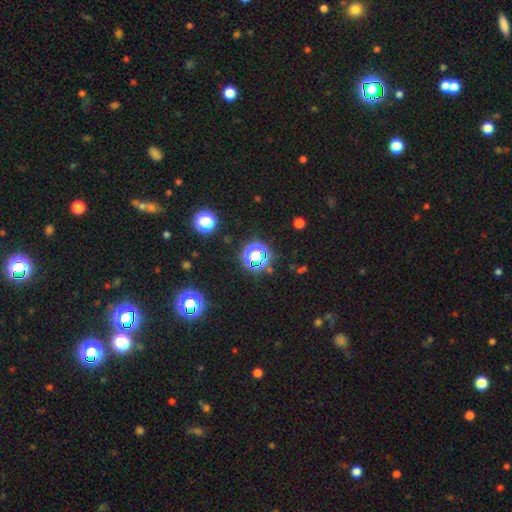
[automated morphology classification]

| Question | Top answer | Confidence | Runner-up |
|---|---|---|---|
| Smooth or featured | star or artifact | 60% | smooth (30%) |